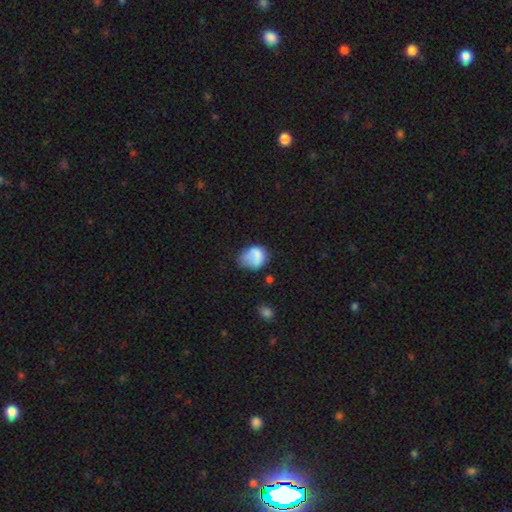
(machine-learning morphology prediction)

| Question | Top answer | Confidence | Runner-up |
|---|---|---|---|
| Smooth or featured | smooth | 77% | featured or disk (15%) |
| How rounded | round | 51% | in between (48%) |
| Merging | none | 38% | minor disturbance (36%) |